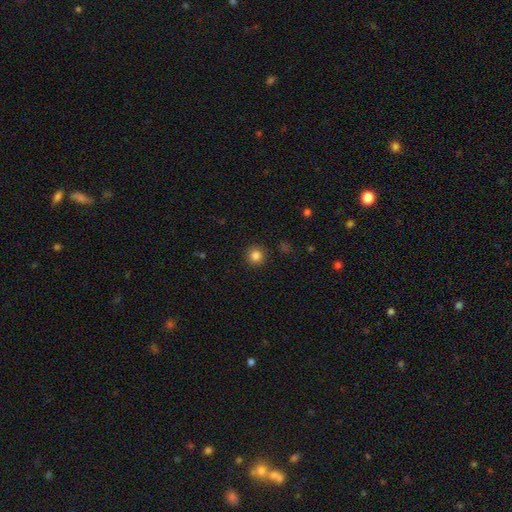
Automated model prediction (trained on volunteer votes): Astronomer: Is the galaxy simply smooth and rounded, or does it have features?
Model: smooth — 84%.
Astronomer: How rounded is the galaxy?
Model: round — 94%.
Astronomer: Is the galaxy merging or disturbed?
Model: none — 91%.